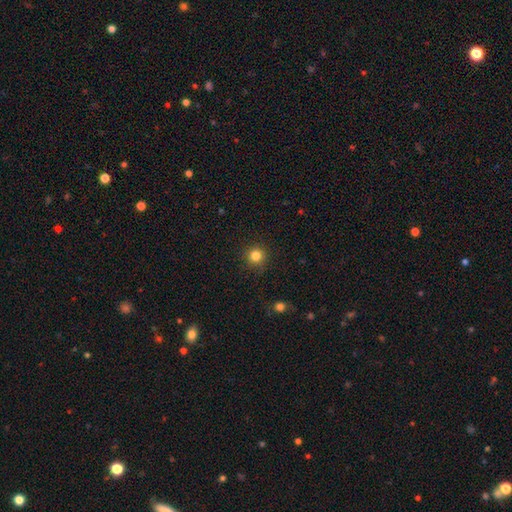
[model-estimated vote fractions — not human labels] smooth_or_featured: smooth (p=0.83) [alt: star or artifact p=0.12]
how_rounded: round (p=0.95) [alt: in between p=0.04]
merging: none (p=0.90) [alt: minor disturbance p=0.07]